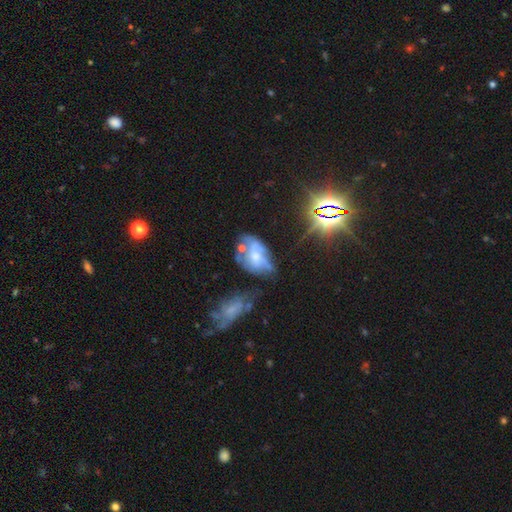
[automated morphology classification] This appears to be a featured or disk galaxy (57%) with no bar (73%), no spiral arms (55%) and a moderate central bulge (45%). Merging: none (29%).